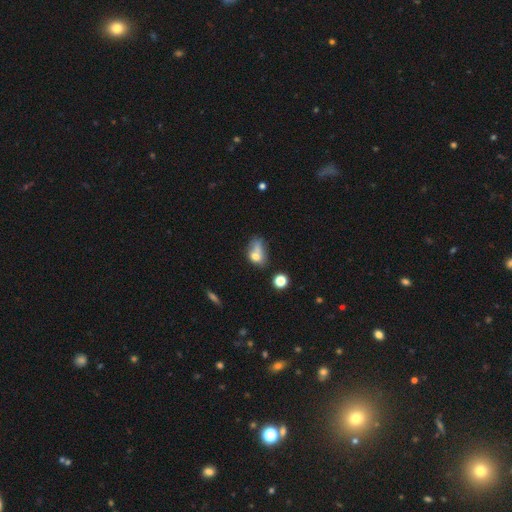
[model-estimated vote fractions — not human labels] Overall: smooth (63%). How rounded: in between (67%; round 30%). Merging: merger (34%; none 27%).